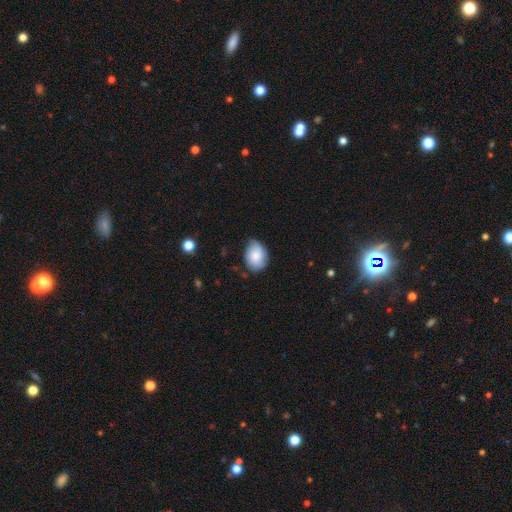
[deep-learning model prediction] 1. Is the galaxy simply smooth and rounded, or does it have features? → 77% smooth, 16% featured or disk, 7% star or artifact.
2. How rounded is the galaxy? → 64% in between, 35% round, 1% cigar-shaped.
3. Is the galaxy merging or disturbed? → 62% none, 31% minor disturbance, 5% major disturbance, 2% merger.